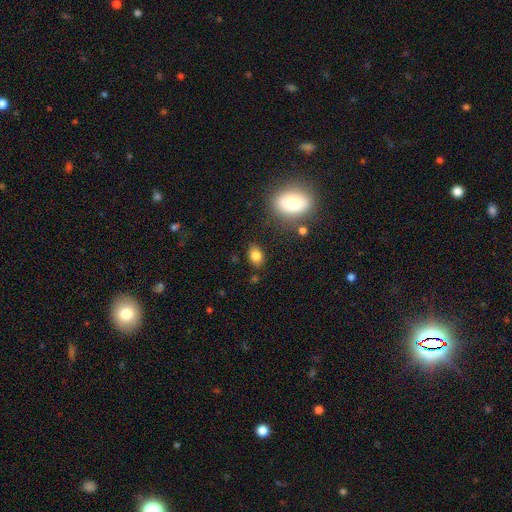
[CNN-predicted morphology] The model was most divided on "how rounded": in between: 76%, round: 22%, cigar-shaped: 2%. More confident: smooth or featured — smooth (83%); merging — none (81%).